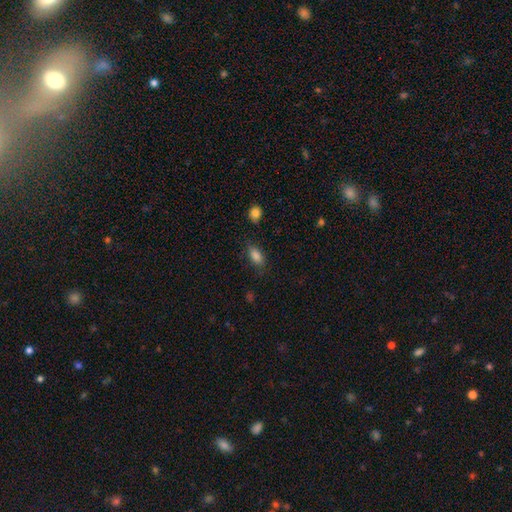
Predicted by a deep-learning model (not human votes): Smooth or featured? smooth (86%)
How rounded? in between (88%)
Merging? none (78%)